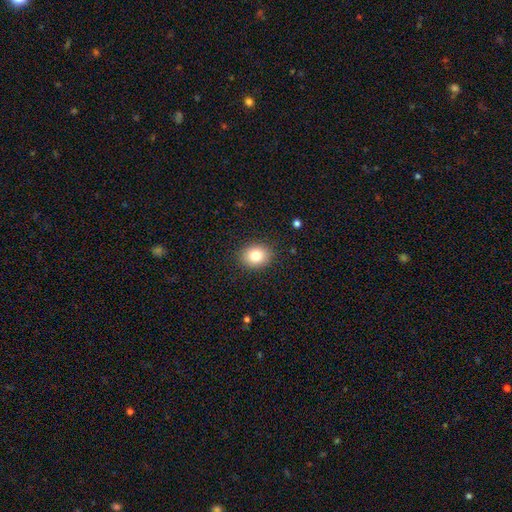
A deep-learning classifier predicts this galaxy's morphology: Q: Smooth or featured?
A: smooth (81%); runner-up: star or artifact (11%)
Q: How rounded?
A: round (56%); runner-up: in between (43%)
Q: Merging?
A: none (89%); runner-up: minor disturbance (8%)